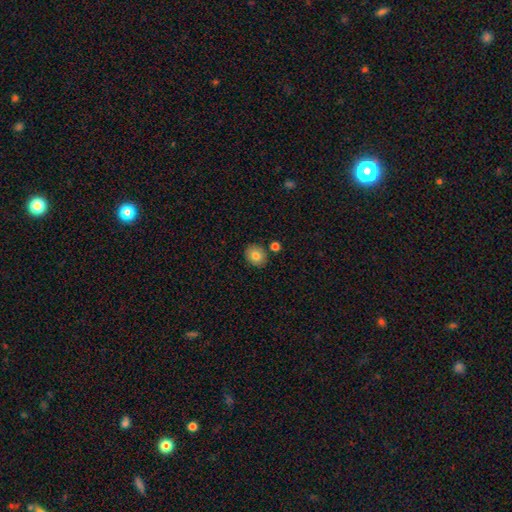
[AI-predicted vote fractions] The model was most divided on "how rounded": round: 62%, in between: 37%, cigar-shaped: 1%. More confident: merging — none (83%); smooth or featured — smooth (81%).